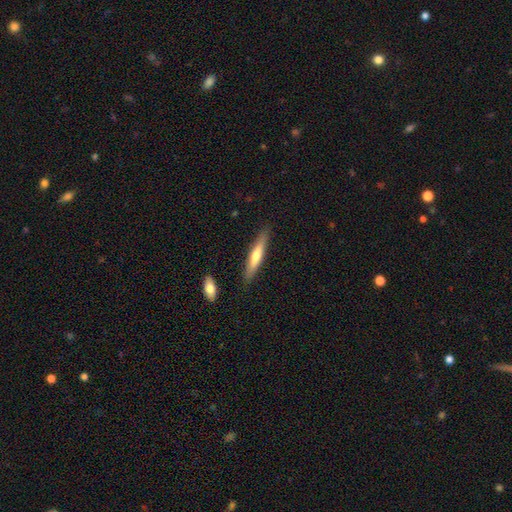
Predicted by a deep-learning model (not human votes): This appears to be a smooth galaxy with no disk features (52%) that is cigar-shaped (89%). Merging: none (87%).